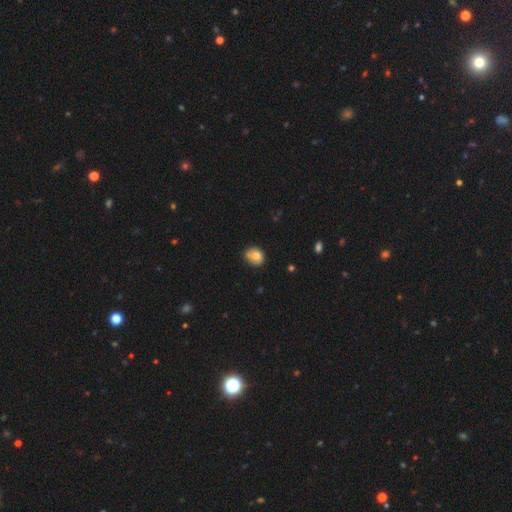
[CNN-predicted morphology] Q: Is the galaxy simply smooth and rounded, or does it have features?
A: smooth — 74%.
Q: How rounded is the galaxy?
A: round — 58%.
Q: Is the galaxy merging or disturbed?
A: none — 55%.